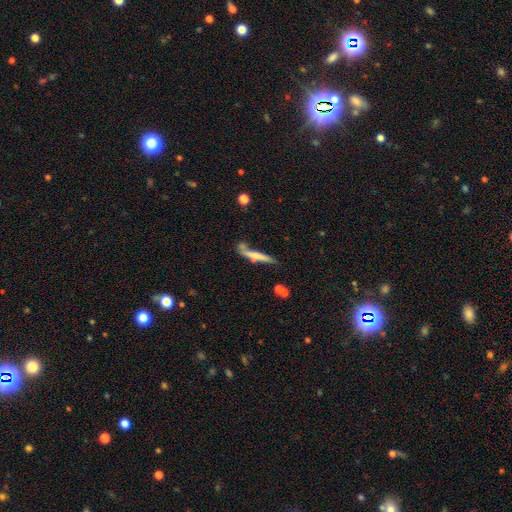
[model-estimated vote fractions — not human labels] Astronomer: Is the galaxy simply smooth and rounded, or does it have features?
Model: smooth — 50% (runner-up: featured or disk, 43%).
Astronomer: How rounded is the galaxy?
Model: cigar-shaped — 90%.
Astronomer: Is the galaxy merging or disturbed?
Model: none — 48% (runner-up: minor disturbance, 24%).